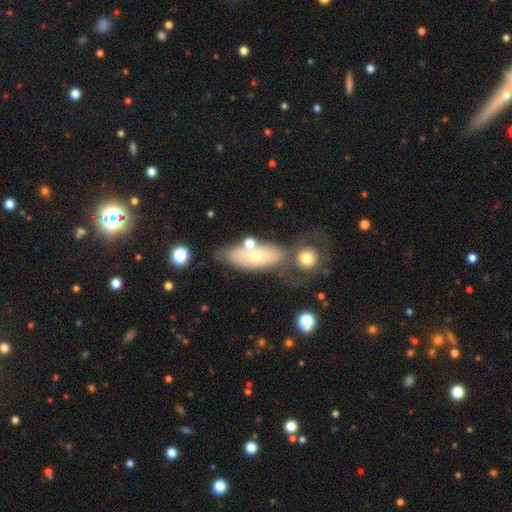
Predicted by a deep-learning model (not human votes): Q: Smooth or featured?
A: smooth (52%); runner-up: featured or disk (41%)
Q: How rounded?
A: in between (78%); runner-up: cigar-shaped (17%)
Q: Merging?
A: none (49%); runner-up: merger (22%)